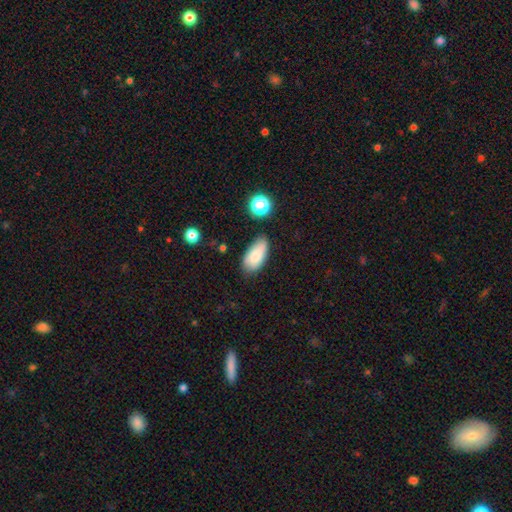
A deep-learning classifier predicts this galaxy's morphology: Smooth or featured? smooth (81%)
How rounded? in between (92%)
Merging? none (69%)